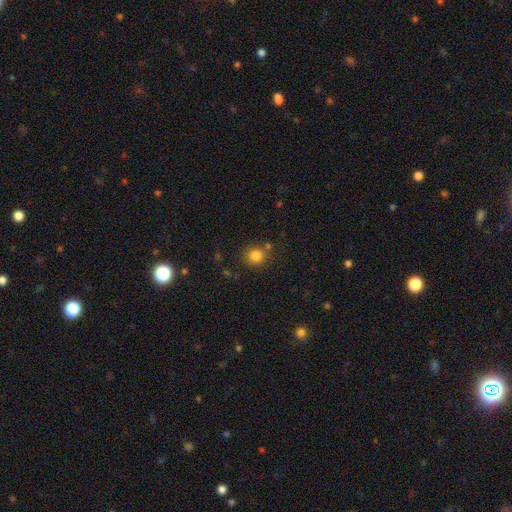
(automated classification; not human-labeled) smooth 83%, star or artifact 12%, featured or disk 5%. Down the decision tree: how rounded — round (89%); merging — none (79%).